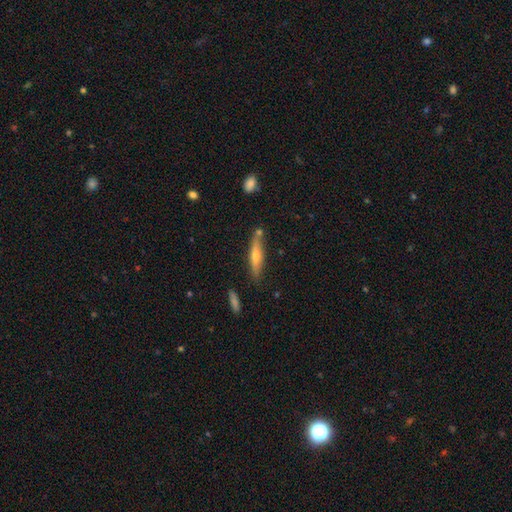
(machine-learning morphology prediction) Q: Smooth or featured?
A: featured or disk (53%); runner-up: smooth (40%)
Q: Edge-on disk?
A: yes (93%); runner-up: no (7%)
Q: Merging?
A: none (78%); runner-up: minor disturbance (13%)